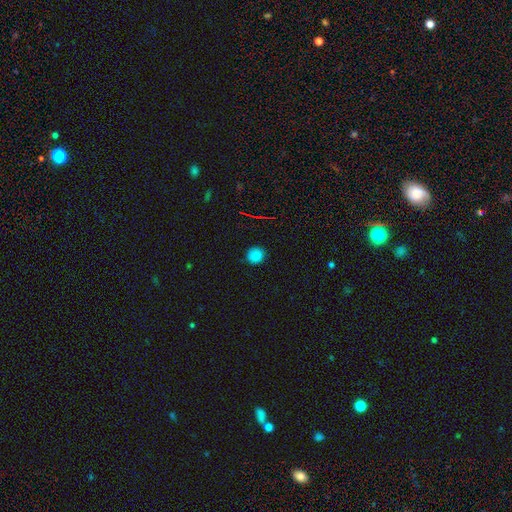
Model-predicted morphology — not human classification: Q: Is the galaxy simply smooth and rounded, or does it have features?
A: smooth — 83%.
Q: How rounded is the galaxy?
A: round — 90%.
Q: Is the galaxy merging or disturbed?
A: none — 88%.